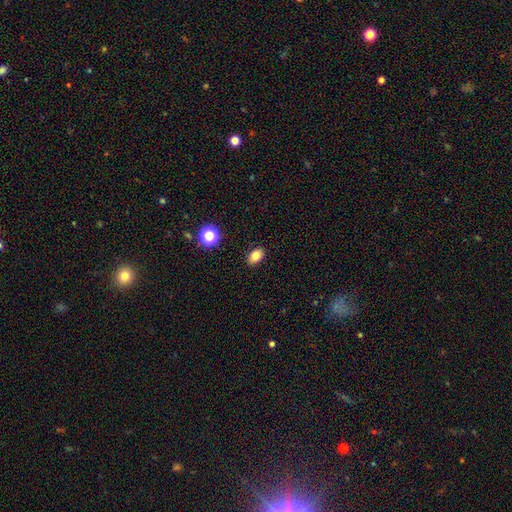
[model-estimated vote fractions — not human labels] Overall: smooth (81%). How rounded: in between (85%). Merging: none (88%).